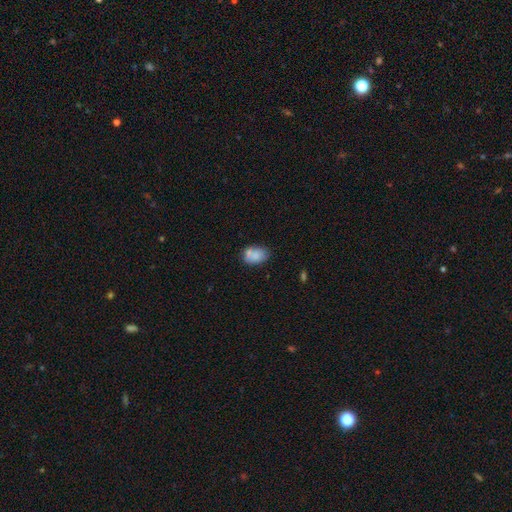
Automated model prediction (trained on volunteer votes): A smooth galaxy with no disk features (76%) that is in between round and cigar-shaped (82%).

Vote fractions:
- Smooth or featured? smooth: 76% / featured or disk: 16% / star or artifact: 9%
- How rounded? in between: 82% / round: 16% / cigar-shaped: 1%
- Merging? none: 53% / minor disturbance: 22% / merger: 18% / major disturbance: 6%